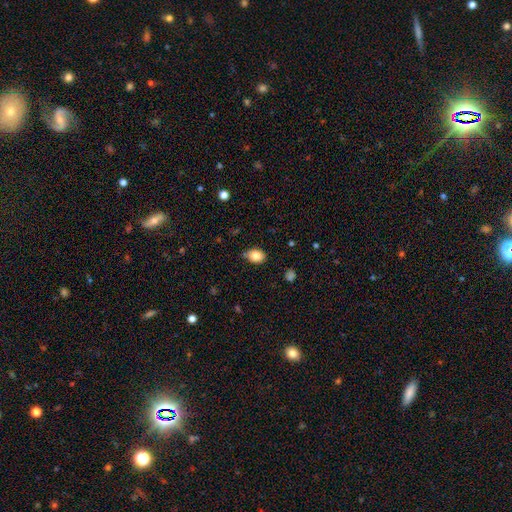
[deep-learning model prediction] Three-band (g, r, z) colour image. It shows a smooth galaxy with no disk features (84%) that is in between round and cigar-shaped (67%). Merging: none (70%).